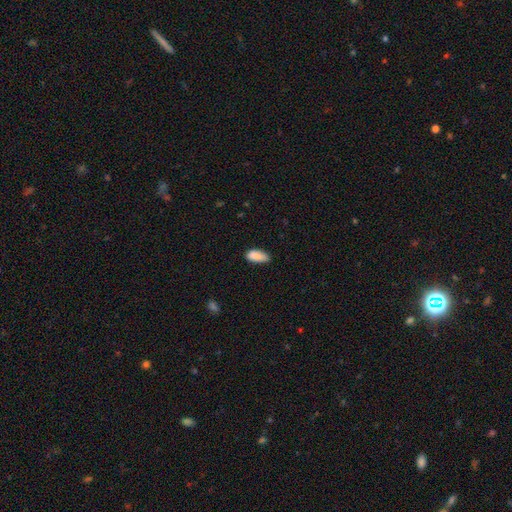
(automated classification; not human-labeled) A smooth galaxy with no disk features (88%) that is in between round and cigar-shaped (87%). Merging: none (63%).